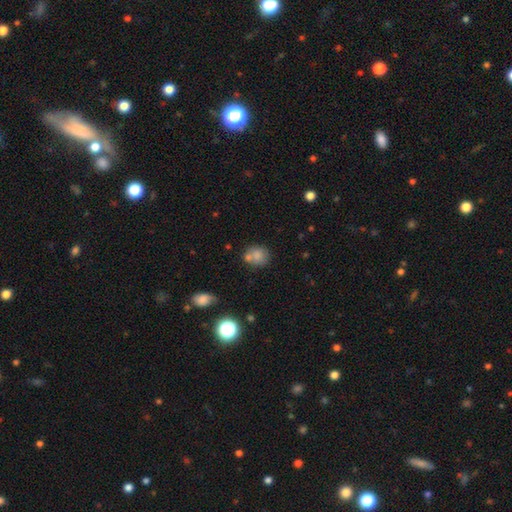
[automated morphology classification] type=smooth (77%); roundness=round (72%); merging=none (53%).